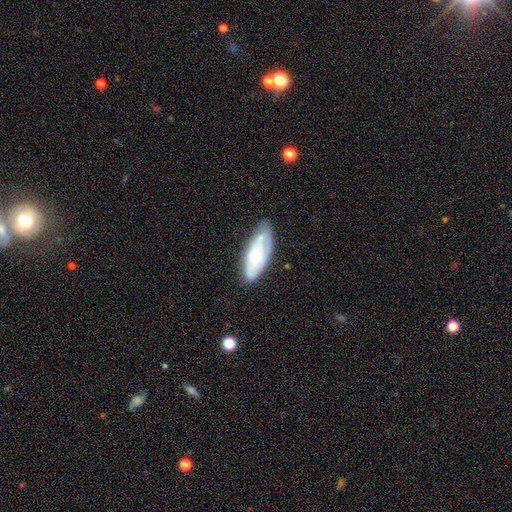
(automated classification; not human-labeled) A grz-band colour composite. It shows a featured or disk galaxy (49%). Merging: none (66%).